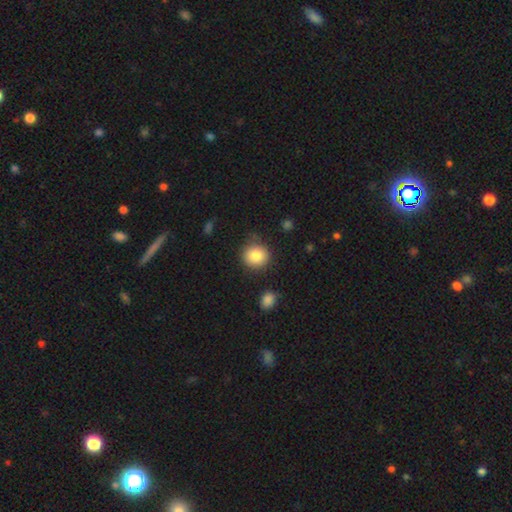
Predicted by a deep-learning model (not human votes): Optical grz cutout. It shows a smooth galaxy with no disk features (84%) that is round (87%). Merging: none (83%).